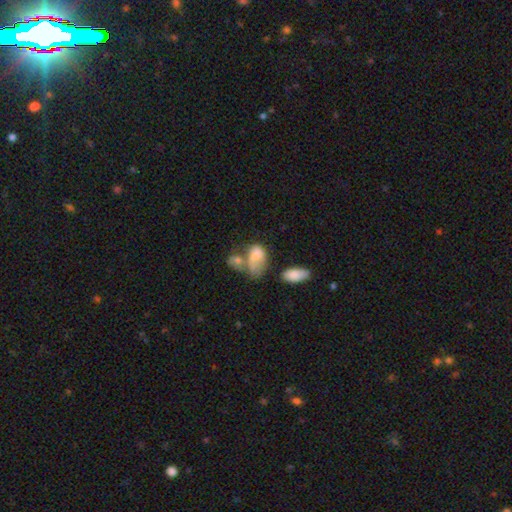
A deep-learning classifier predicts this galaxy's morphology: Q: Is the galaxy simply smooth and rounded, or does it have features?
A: smooth — 70%.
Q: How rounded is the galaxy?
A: in between — 86%.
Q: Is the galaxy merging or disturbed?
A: merger — 42%.